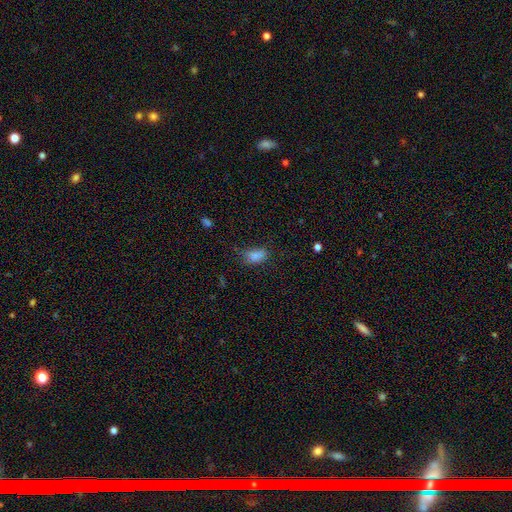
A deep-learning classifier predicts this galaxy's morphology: Q: Smooth or featured?
A: smooth (79%); runner-up: star or artifact (12%)
Q: How rounded?
A: in between (85%); runner-up: round (11%)
Q: Merging?
A: none (49%); runner-up: minor disturbance (32%)